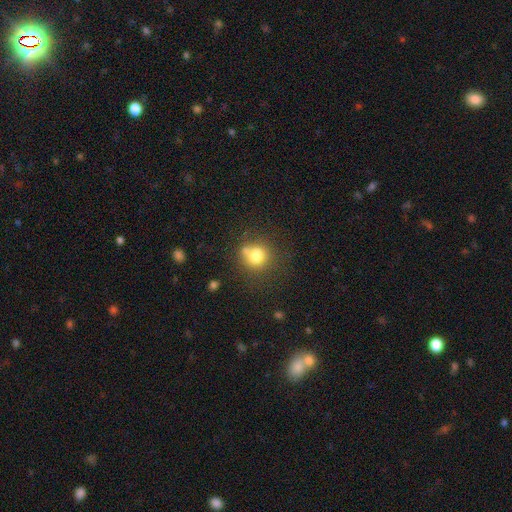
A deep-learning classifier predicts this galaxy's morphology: smooth-or-featured: smooth: 76% | star or artifact: 12% | featured or disk: 12%
  how-rounded: round: 82% | in between: 17% | cigar-shaped: 1%
  merging: none: 57% | merger: 21% | minor disturbance: 16% | major disturbance: 7%